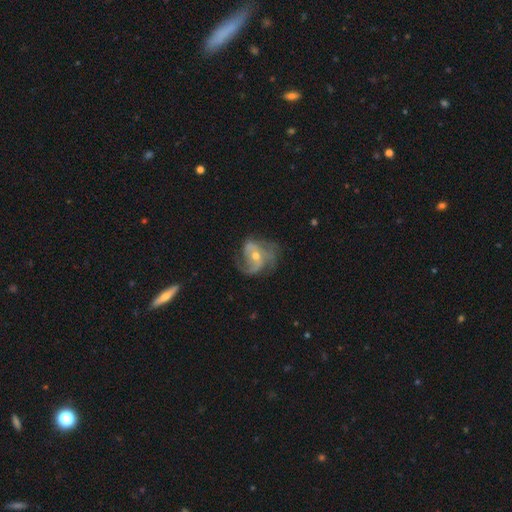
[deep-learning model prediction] Smooth or featured?
  - featured or disk: 84% *
  - smooth: 9%
  - star or artifact: 7%
Edge-on disk?
  - no: 97% *
  - yes: 3%
Bar?
  - no: 49% *
  - weak: 35%
  - strong: 16%
Spiral arms?
  - yes: 93% *
  - no: 7%
Spiral winding?
  - medium: 46% *
  - loose: 28%
  - tight: 26%
Spiral arm count?
  - 2: 34% *
  - 3: 32%
  - can't tell: 18%
  - 1: 7%
  - 4: 6%
  - more than 4: 4%
Bulge size?
  - moderate: 49% *
  - small: 47%
  - large: 2%
  - none: 1%
  - dominant: 1%
Merging?
  - none: 56% *
  - minor disturbance: 22%
  - major disturbance: 20%
  - merger: 2%